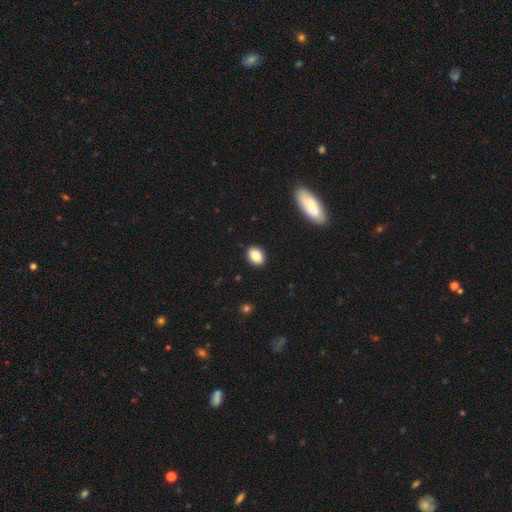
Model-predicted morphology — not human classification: The model was most divided on "how rounded": in between: 67%, round: 32%, cigar-shaped: 1%. More confident: merging — none (91%); smooth or featured — smooth (85%).